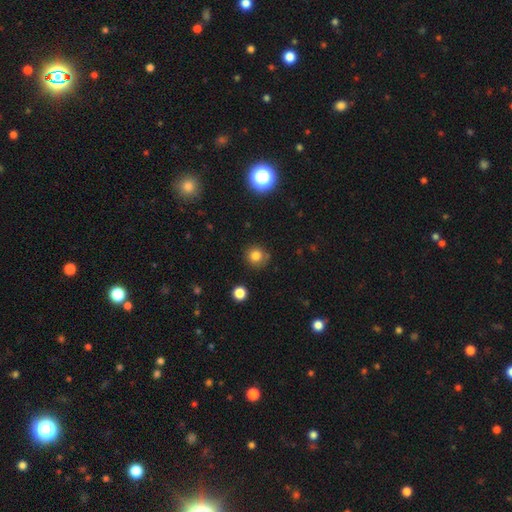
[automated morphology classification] smooth 80%, star or artifact 13%, featured or disk 6%. Down the decision tree: how rounded — round (90%); merging — none (81%).